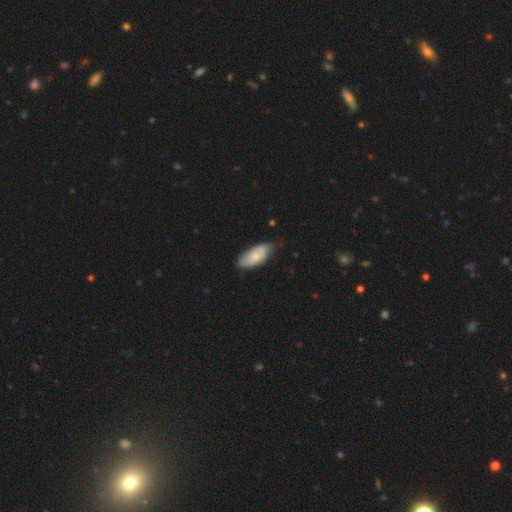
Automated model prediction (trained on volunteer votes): Smooth or featured? Predicted: smooth (p=0.70). How rounded? Predicted: in between (p=0.88). Merging? Predicted: none (p=0.56).